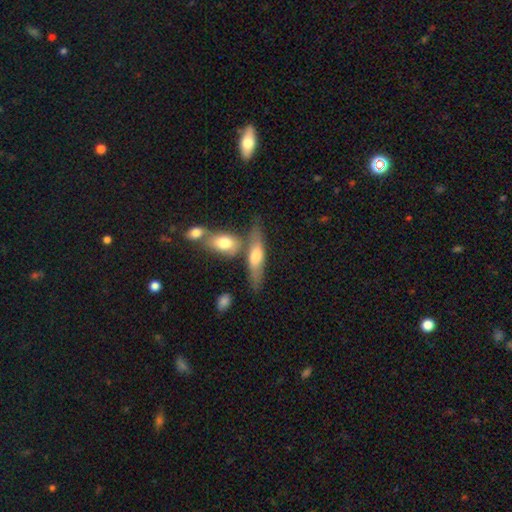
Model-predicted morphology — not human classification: This is possibly a smooth galaxy (53%). How rounded: likely cigar-shaped (61%). Merging: possibly none (52%).